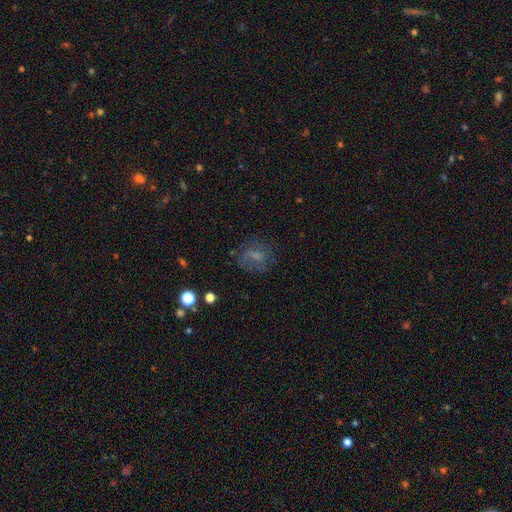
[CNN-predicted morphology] Smooth or featured?
  - smooth: 53% *
  - featured or disk: 32%
  - star or artifact: 15%
How rounded?
  - round: 53% *
  - in between: 44%
  - cigar-shaped: 3%
Merging?
  - none: 59% *
  - minor disturbance: 21%
  - major disturbance: 17%
  - merger: 2%